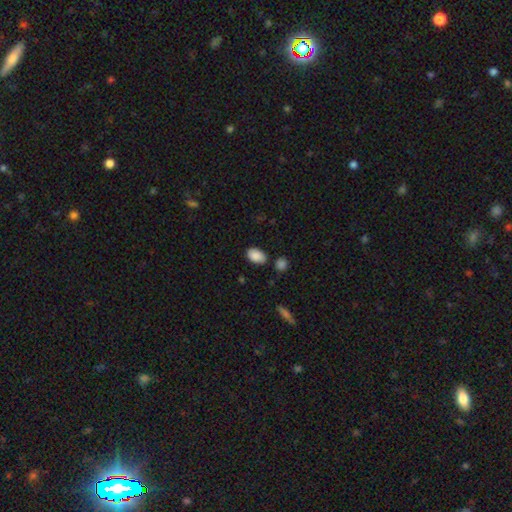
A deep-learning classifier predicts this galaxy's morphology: smooth_or_featured: smooth (p=0.88) [alt: star or artifact p=0.07]
how_rounded: in between (p=0.90) [alt: round p=0.08]
merging: none (p=0.80) [alt: minor disturbance p=0.13]